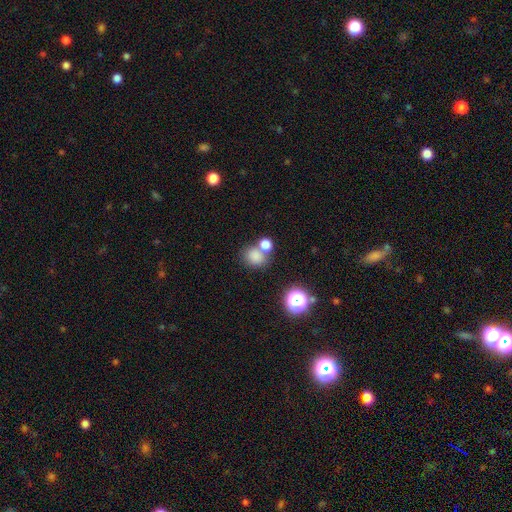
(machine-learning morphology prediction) type=smooth (78%); roundness=round (67%); merging=none (57%).